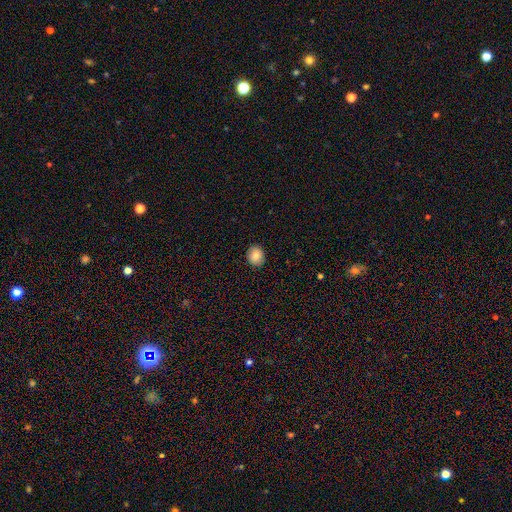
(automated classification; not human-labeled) Overall: smooth (83%). How rounded: round (70%). Merging: none (90%).